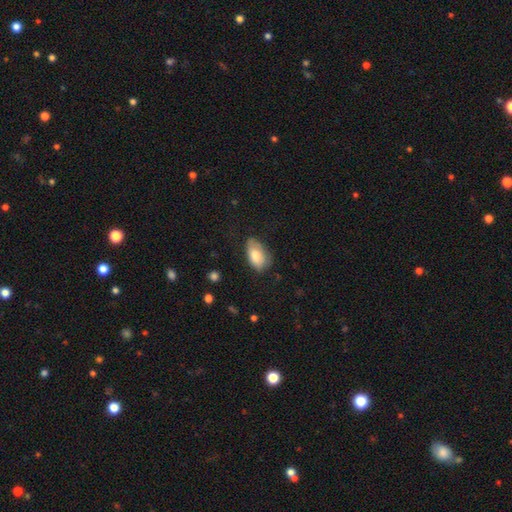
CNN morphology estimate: The model was most divided on "merging": none: 60%, minor disturbance: 31%, major disturbance: 8%, merger: 2%. More confident: how rounded — in between (93%); smooth or featured — smooth (78%).